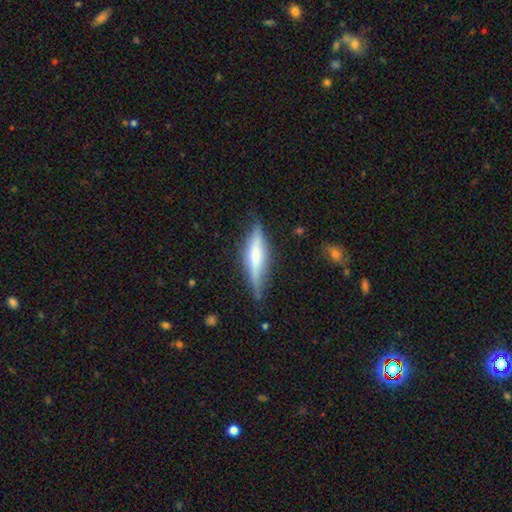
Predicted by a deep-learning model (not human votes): Overall: featured or disk (58%; smooth 36%). Edge-on disk: yes (93%). Edge-on bulge: rounded (59%; boxy 23%). Merging: none (77%).